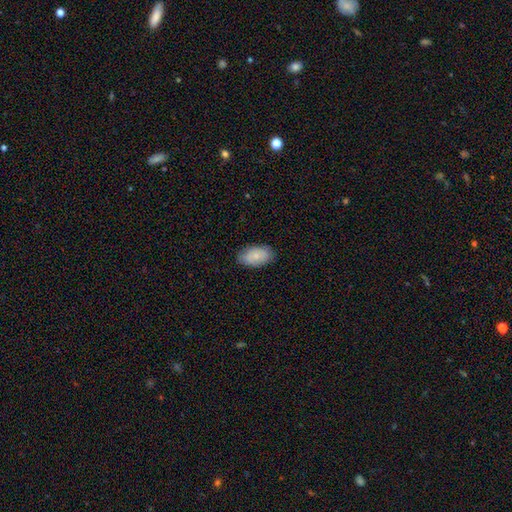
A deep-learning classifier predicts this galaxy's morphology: type=smooth (82%); roundness=in between (94%); merging=none (84%).